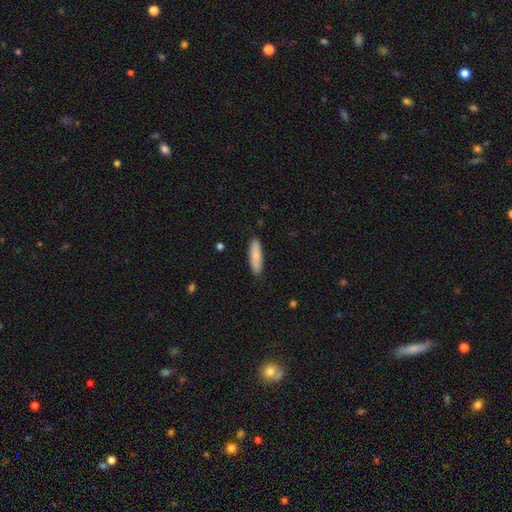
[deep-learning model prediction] smooth_or_featured: smooth (p=0.81) [alt: featured or disk p=0.14]
how_rounded: cigar-shaped (p=0.63) [alt: in between p=0.36]
merging: none (p=0.89) [alt: minor disturbance p=0.08]